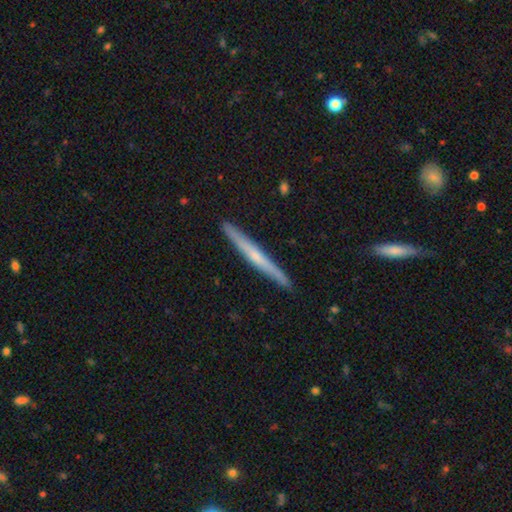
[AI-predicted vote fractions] smooth_or_featured: featured or disk (p=0.58) [alt: smooth p=0.36]
disk_edge_on: yes (p=0.97) [alt: no p=0.03]
edge_on_bulge: none (p=0.49) [alt: rounded p=0.45]
merging: none (p=0.91) [alt: minor disturbance p=0.06]